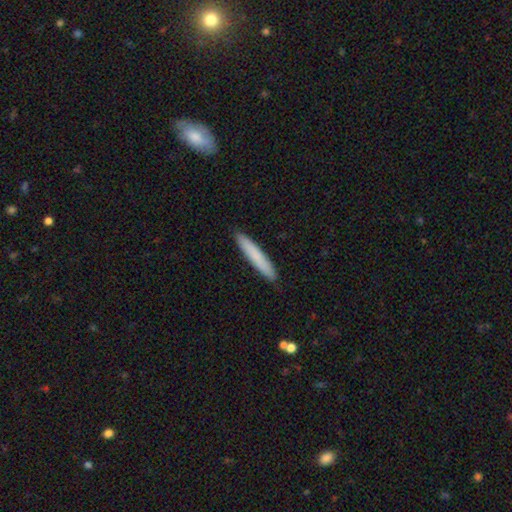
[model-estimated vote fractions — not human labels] smooth 79%, featured or disk 16%, star or artifact 6%. Down the decision tree: how rounded — cigar-shaped (94%); merging — none (91%).